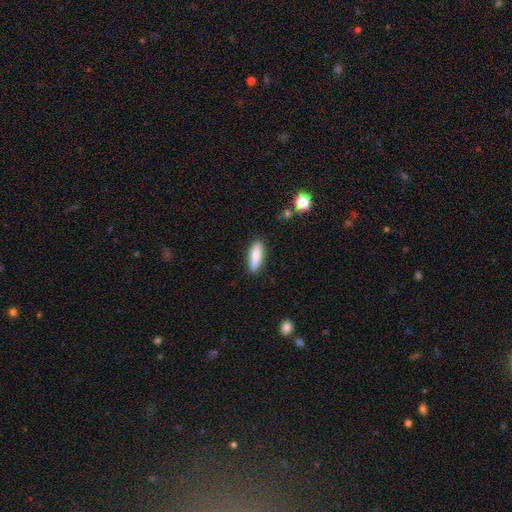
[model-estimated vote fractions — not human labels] The model was most divided on "how rounded": cigar-shaped: 55%, in between: 43%, round: 2%. More confident: merging — none (86%); smooth or featured — smooth (82%).